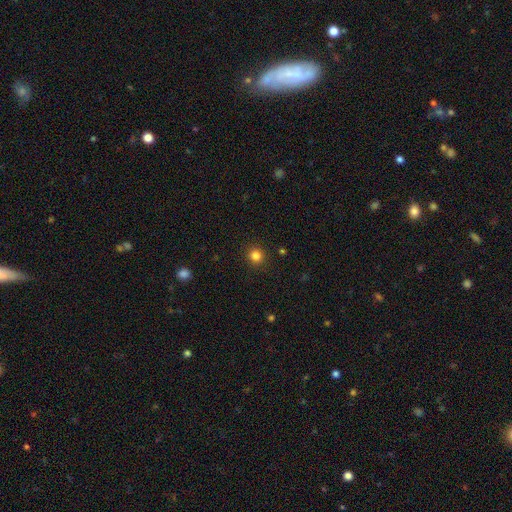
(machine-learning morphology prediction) smooth 83%, star or artifact 13%, featured or disk 4%. Down the decision tree: how rounded — round (93%); merging — none (92%).